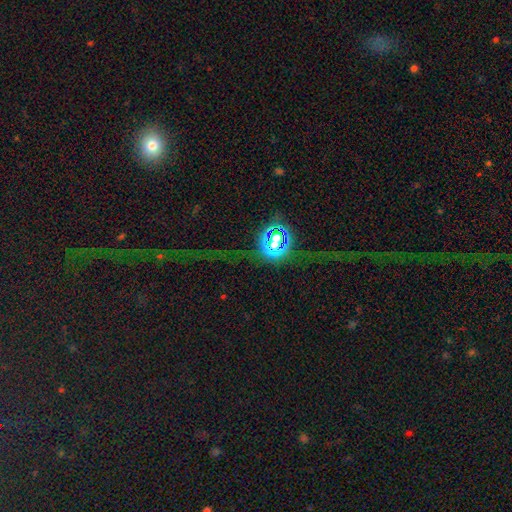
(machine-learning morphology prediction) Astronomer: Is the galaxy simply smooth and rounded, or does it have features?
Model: star or artifact — 69%.